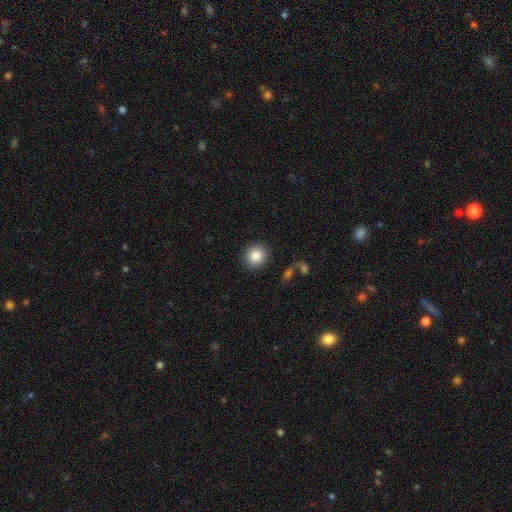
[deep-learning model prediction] A smooth galaxy with no disk features (86%) that is round (90%).

Vote fractions:
- Smooth or featured? smooth: 86% / star or artifact: 9% / featured or disk: 5%
- How rounded? round: 90% / in between: 9% / cigar-shaped: 1%
- Merging? none: 89% / minor disturbance: 7% / major disturbance: 3% / merger: 2%